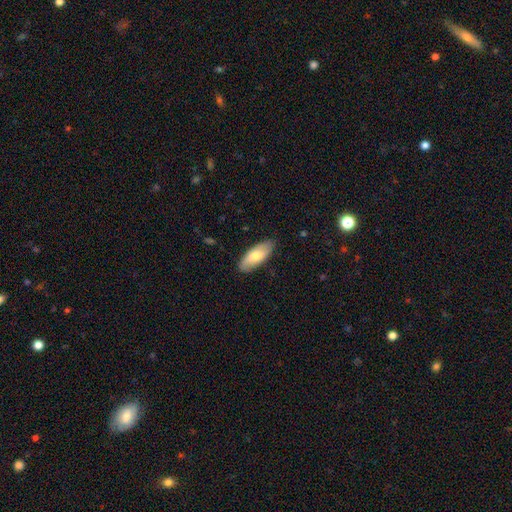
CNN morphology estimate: Overall: smooth (66%; featured or disk 28%). How rounded: in between (82%). Merging: none (84%).